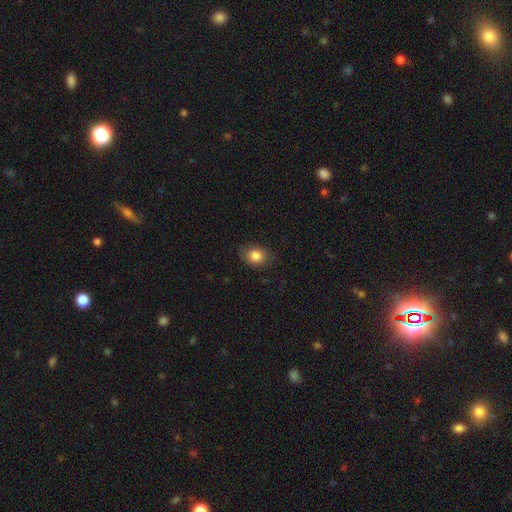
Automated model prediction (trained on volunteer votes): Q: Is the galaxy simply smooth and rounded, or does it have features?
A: smooth — 84%.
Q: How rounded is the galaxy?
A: in between — 53%.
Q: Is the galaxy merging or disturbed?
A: none — 79%.